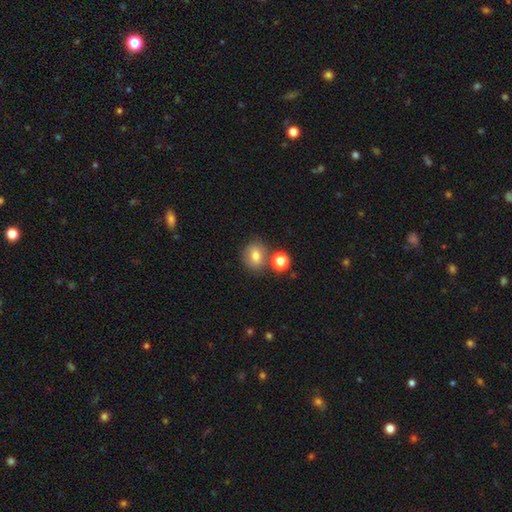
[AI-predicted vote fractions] smooth-or-featured: smooth: 75% | featured or disk: 13% | star or artifact: 12%
  how-rounded: round: 70% | in between: 29% | cigar-shaped: 1%
  merging: none: 66% | merger: 18% | minor disturbance: 12% | major disturbance: 4%